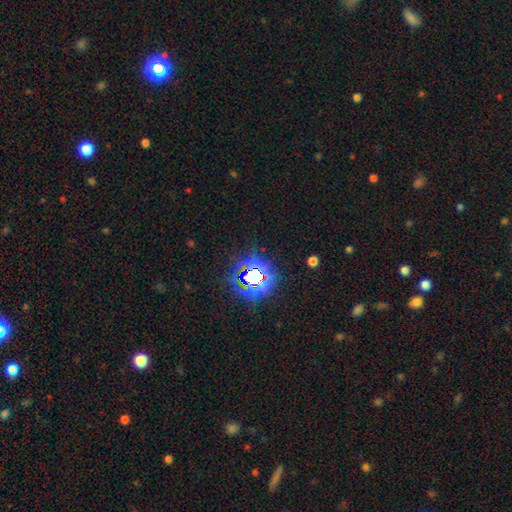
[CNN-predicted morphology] A star or artifact, not a galaxy (80%).

Vote fractions:
- Smooth or featured? star or artifact: 80% / smooth: 13% / featured or disk: 7%